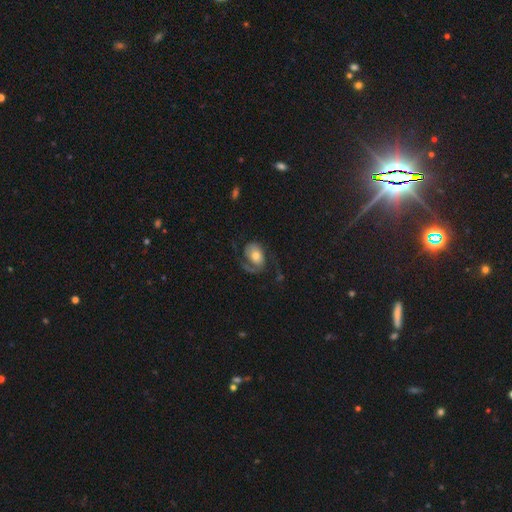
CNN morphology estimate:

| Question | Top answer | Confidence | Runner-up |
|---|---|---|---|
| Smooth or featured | featured or disk | 66% | smooth (27%) |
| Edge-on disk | no | 97% | yes (3%) |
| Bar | no | 66% | weak (25%) |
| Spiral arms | yes | 88% | no (12%) |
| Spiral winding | medium | 41% | loose (37%) |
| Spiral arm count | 2 | 51% | 1 (41%) |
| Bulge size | moderate | 58% | small (22%) |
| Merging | none | 49% | major disturbance (30%) |